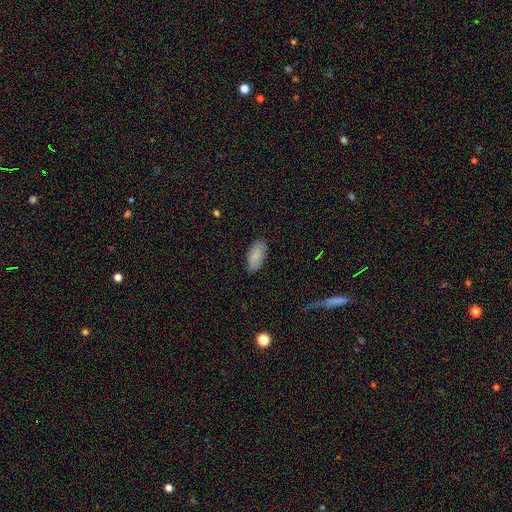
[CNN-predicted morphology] This is clearly a smooth galaxy (86%). How rounded: clearly in between (94%). Merging: clearly none (85%).